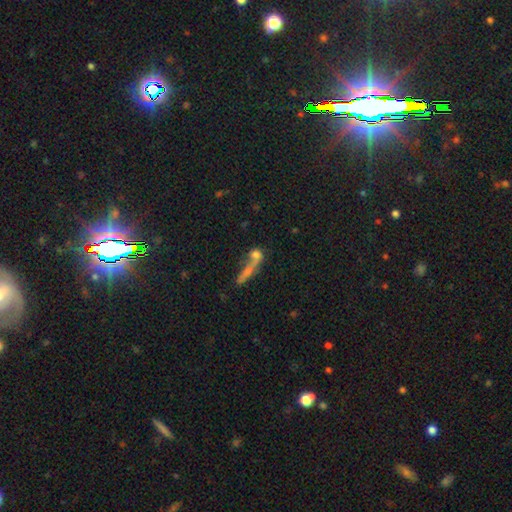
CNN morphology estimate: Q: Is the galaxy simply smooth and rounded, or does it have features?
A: smooth — 62%.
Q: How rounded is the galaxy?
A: cigar-shaped — 41%.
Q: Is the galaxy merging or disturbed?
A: none — 41%.